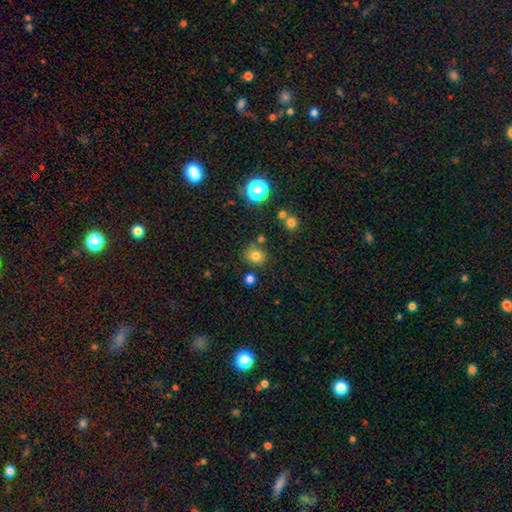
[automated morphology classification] Overall: smooth (78%). How rounded: round (75%). Merging: none (76%).